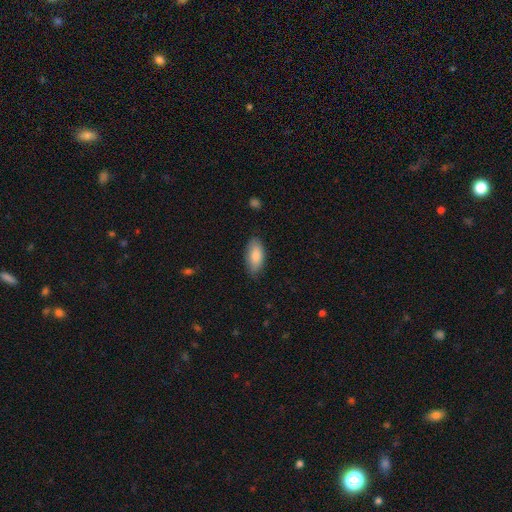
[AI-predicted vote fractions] Smooth or featured: smooth — 85% (featured or disk — 9%)
How rounded: in between — 89% (cigar-shaped — 9%)
Merging: none — 82% (minor disturbance — 15%)